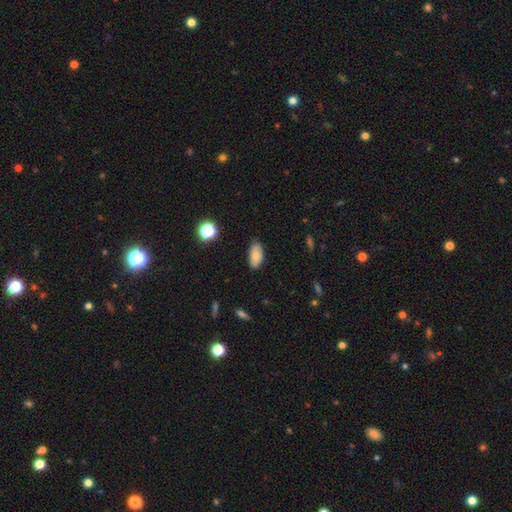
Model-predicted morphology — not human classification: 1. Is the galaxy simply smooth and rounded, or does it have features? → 81% smooth, 10% featured or disk, 8% star or artifact.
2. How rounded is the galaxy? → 92% in between, 5% cigar-shaped, 3% round.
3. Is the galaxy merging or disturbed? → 83% none, 13% minor disturbance, 2% major disturbance, 1% merger.